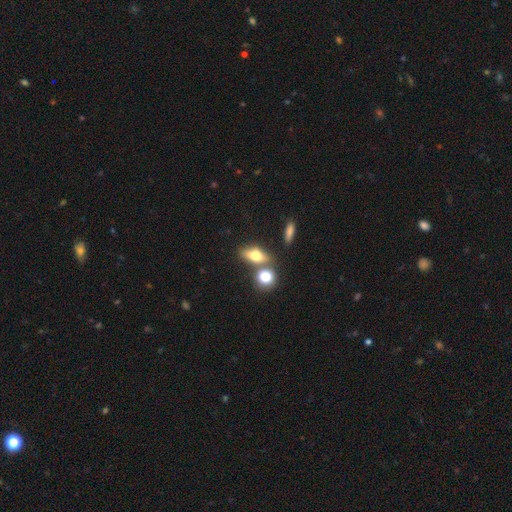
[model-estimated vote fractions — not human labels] The model was most divided on "merging": none: 58%, merger: 26%, minor disturbance: 11%, major disturbance: 4%. More confident: smooth or featured — smooth (64%); how rounded — in between (62%).